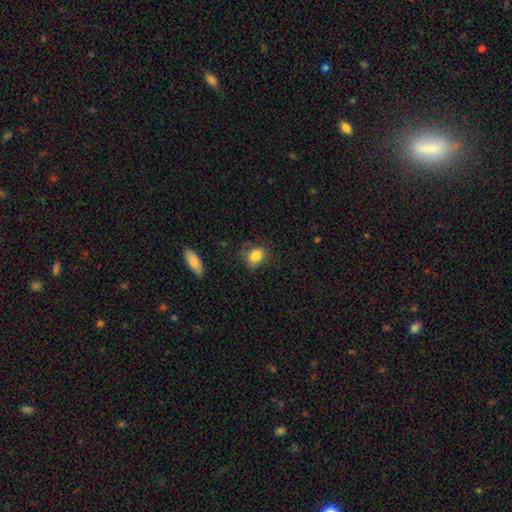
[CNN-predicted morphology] This is clearly a smooth galaxy (85%). How rounded: possibly in between (53%). Merging: likely none (68%).